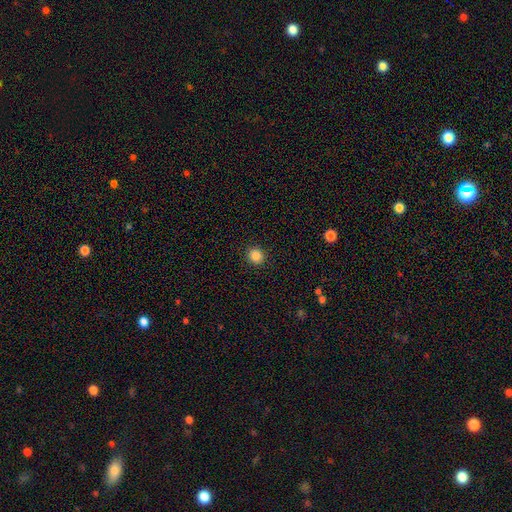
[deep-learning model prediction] smooth-or-featured: smooth: 85% | star or artifact: 11% | featured or disk: 3%
  how-rounded: round: 89% | in between: 10% | cigar-shaped: 1%
  merging: none: 92% | minor disturbance: 5% | major disturbance: 2% | merger: 1%